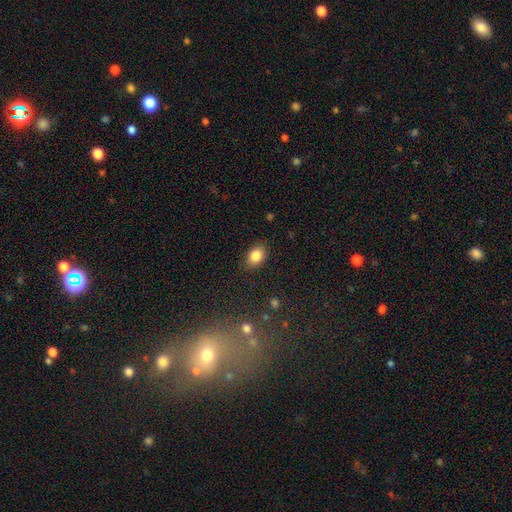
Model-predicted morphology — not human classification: This is clearly a smooth galaxy (84%). How rounded: likely in between (74%). Merging: clearly none (84%).